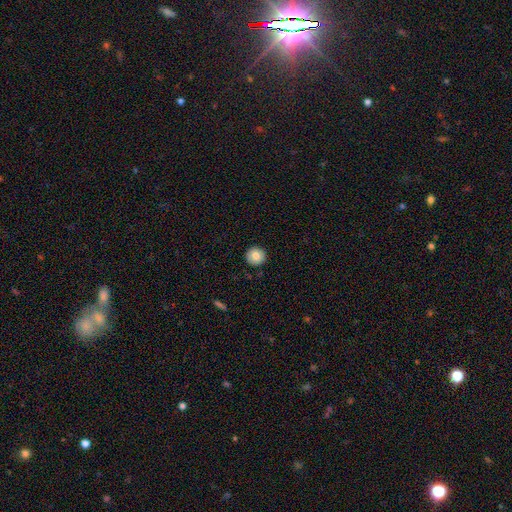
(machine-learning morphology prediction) type=smooth (79%); roundness=round (95%); merging=none (92%).